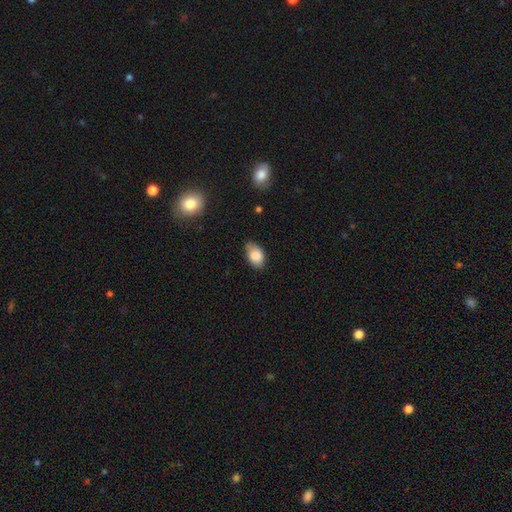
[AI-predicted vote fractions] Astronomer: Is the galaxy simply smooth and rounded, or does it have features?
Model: smooth — 83%.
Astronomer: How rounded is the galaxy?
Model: in between — 86%.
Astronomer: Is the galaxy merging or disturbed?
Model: none — 54% (runner-up: minor disturbance, 36%).